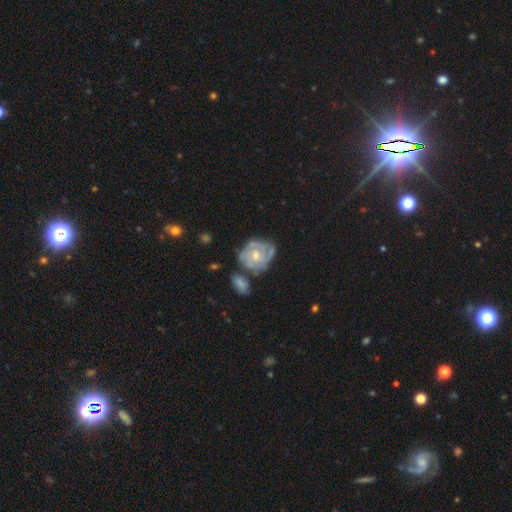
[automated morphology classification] The model was most divided on "merging": none: 47%, minor disturbance: 26%, merger: 16%, major disturbance: 12%. More confident: edge-on disk — no (97%); bar — no (74%); smooth or featured — featured or disk (66%); spiral arms — yes (66%); bulge size — moderate (60%).